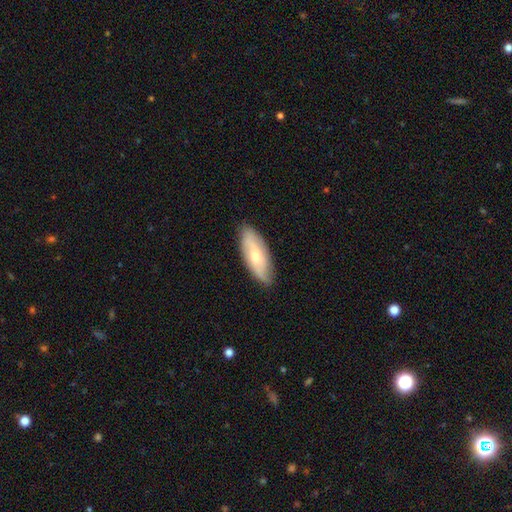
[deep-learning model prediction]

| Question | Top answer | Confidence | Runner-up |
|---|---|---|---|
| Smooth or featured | smooth | 48% | featured or disk (46%) |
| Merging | none | 81% | minor disturbance (15%) |